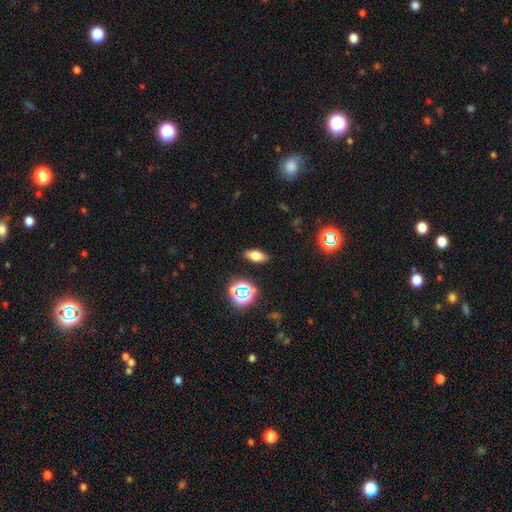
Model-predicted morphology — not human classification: smooth 68%, star or artifact 18%, featured or disk 14%. Down the decision tree: how rounded — in between (80%); merging — none (88%).